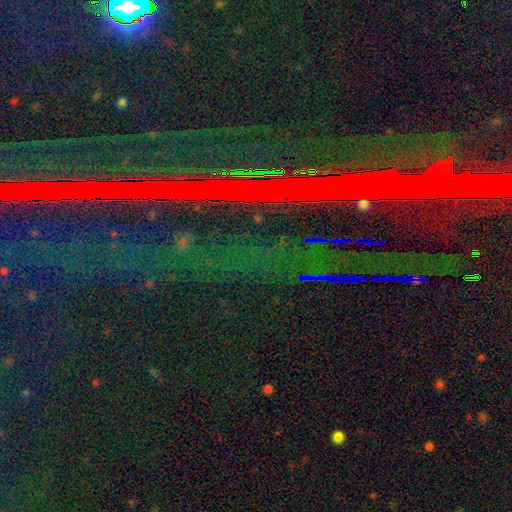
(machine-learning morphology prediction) This is clearly a star or artifact rather than a galaxy (86%).